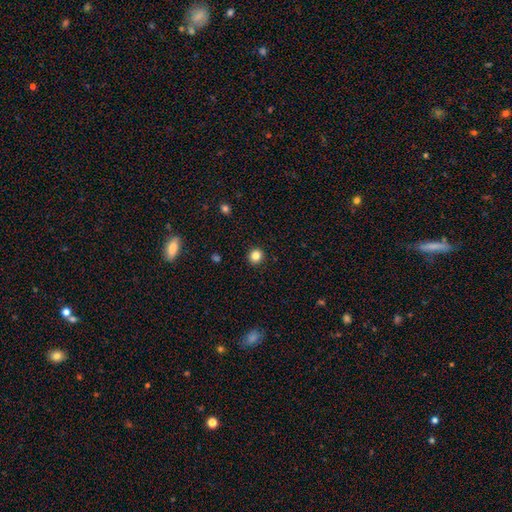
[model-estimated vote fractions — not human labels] Overall: smooth (83%). How rounded: round (90%). Merging: none (93%).